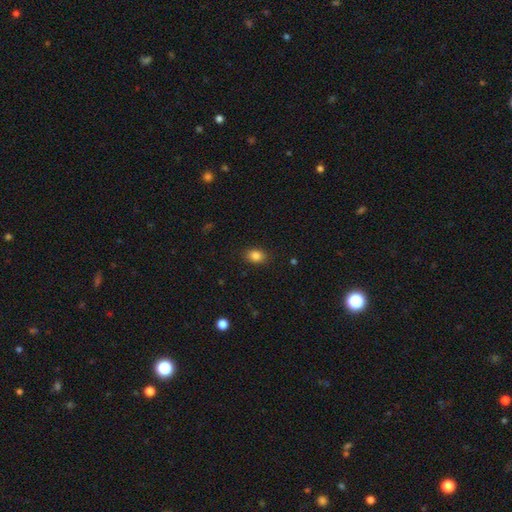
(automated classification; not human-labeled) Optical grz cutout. It shows a smooth galaxy with no disk features (85%) that is in between round and cigar-shaped (70%). Merging: none (87%).